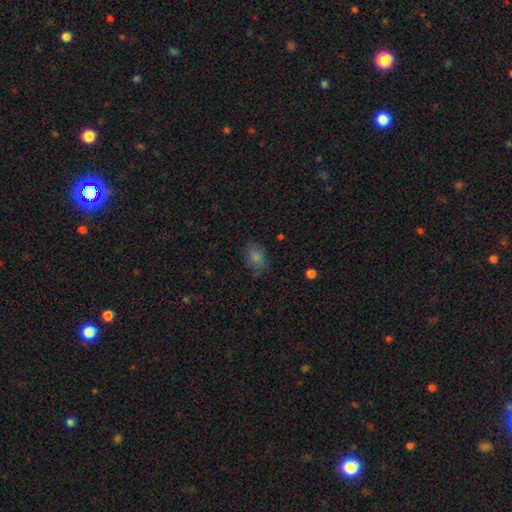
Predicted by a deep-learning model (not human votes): Morphology: type=smooth (76%); roundness=in between (80%); merging=none (74%).